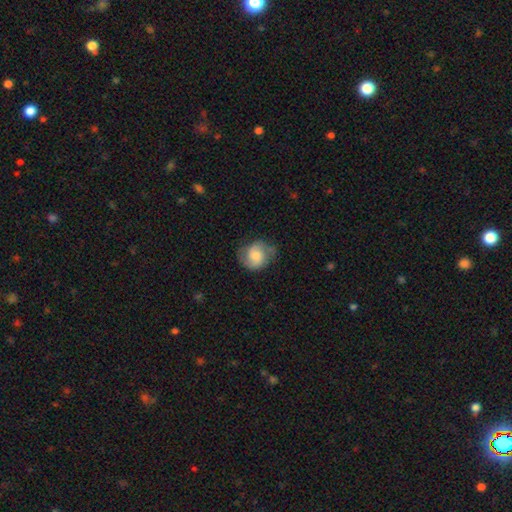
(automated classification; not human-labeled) Smooth or featured: featured or disk — 48% (smooth — 44%)
Merging: none — 65% (minor disturbance — 25%)